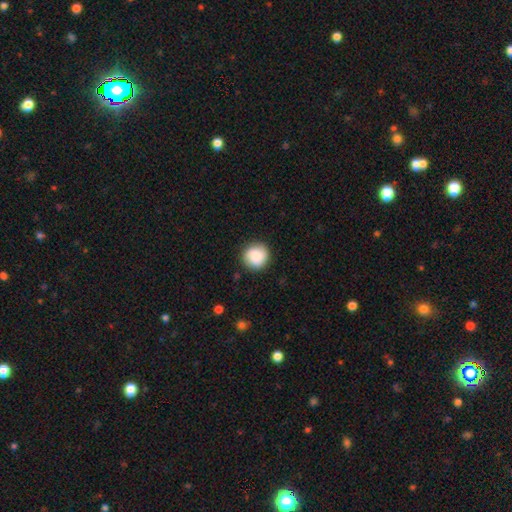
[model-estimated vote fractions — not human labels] Morphology: type=smooth (83%); roundness=round (92%); merging=none (87%).